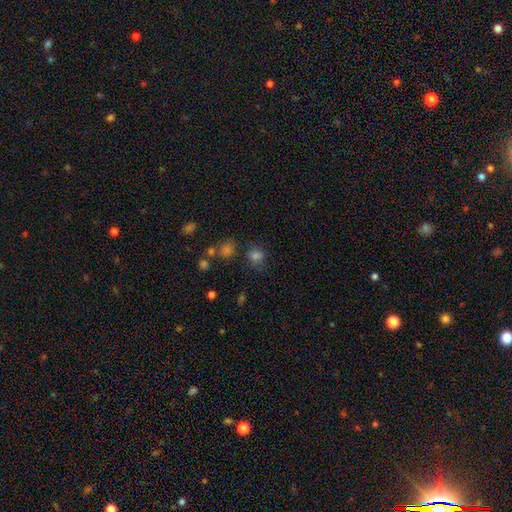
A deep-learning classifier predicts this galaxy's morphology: Q: Smooth or featured?
A: smooth (70%); runner-up: star or artifact (22%)
Q: How rounded?
A: round (68%); runner-up: in between (31%)
Q: Merging?
A: none (64%); runner-up: minor disturbance (18%)